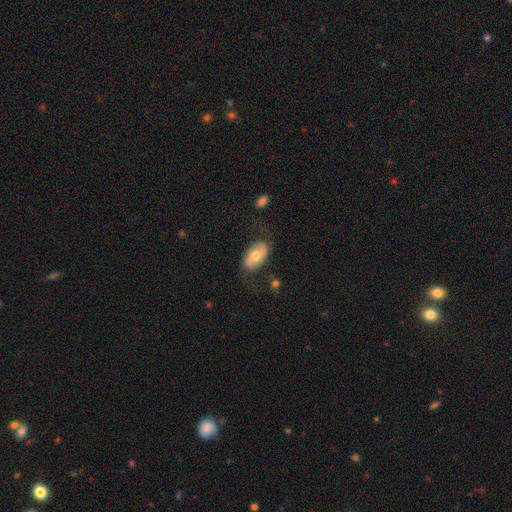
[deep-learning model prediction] A featured or disk galaxy (49%). Merging: none (67%).